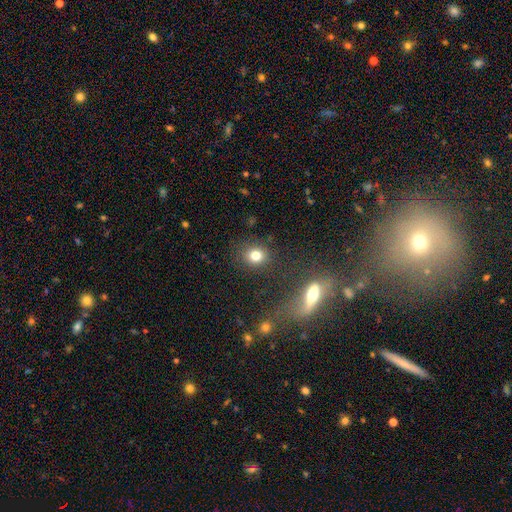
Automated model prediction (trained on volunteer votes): Smooth or featured? smooth (81%)
How rounded? round (71%)
Merging? none (85%)